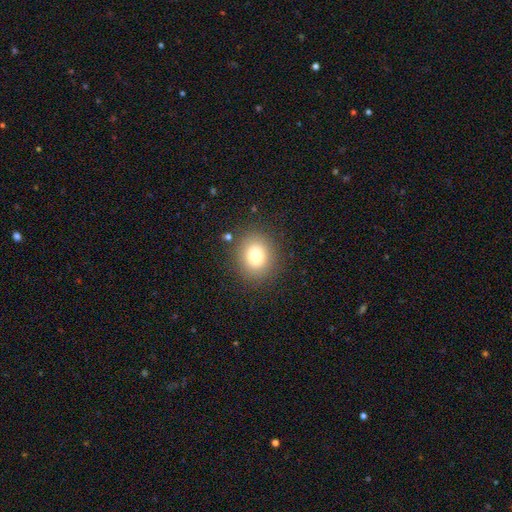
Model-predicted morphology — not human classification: smooth 75%, featured or disk 13%, star or artifact 12%. Down the decision tree: how rounded — round (78%); merging — none (86%).